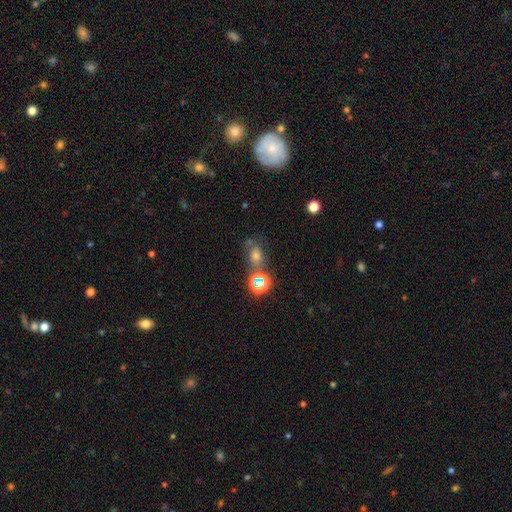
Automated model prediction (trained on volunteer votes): Smooth or featured? smooth (44%)
Merging? none (55%)